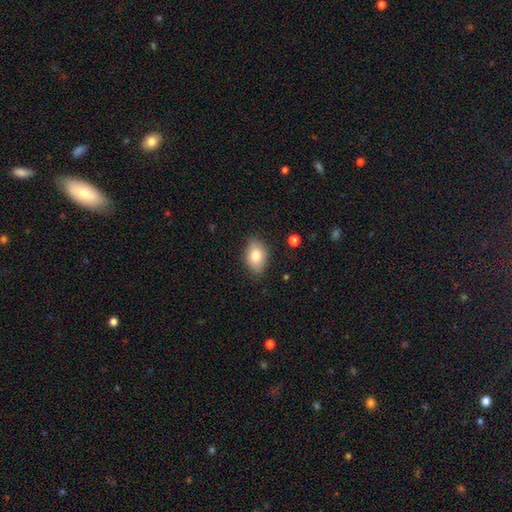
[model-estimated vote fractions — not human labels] Smooth or featured? smooth (80%)
How rounded? in between (83%)
Merging? none (83%)